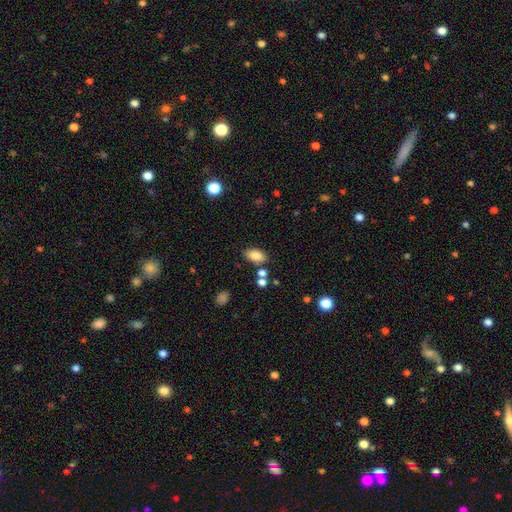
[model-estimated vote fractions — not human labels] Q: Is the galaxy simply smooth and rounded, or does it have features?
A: smooth — 83%.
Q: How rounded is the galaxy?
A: in between — 91%.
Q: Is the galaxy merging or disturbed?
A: none — 76%.